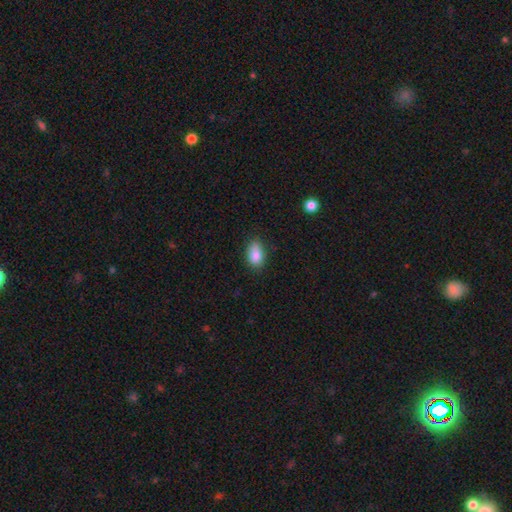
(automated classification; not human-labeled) A smooth galaxy with no disk features (86%) that is in between round and cigar-shaped (88%). Merging: none (75%).